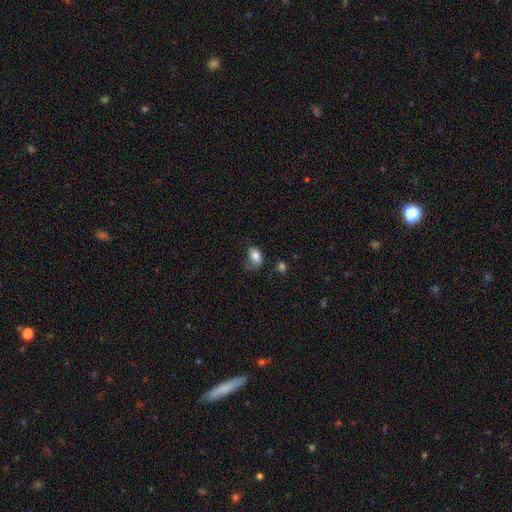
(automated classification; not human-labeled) Smooth or featured? smooth (79%)
How rounded? in between (80%)
Merging? none (44%)